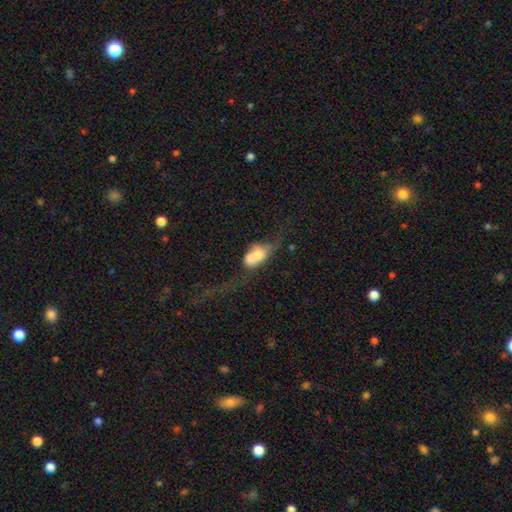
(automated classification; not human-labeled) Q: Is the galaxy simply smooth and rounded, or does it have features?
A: smooth — 62%.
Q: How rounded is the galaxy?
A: in between — 85%.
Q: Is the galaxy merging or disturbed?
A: merger — 38%.